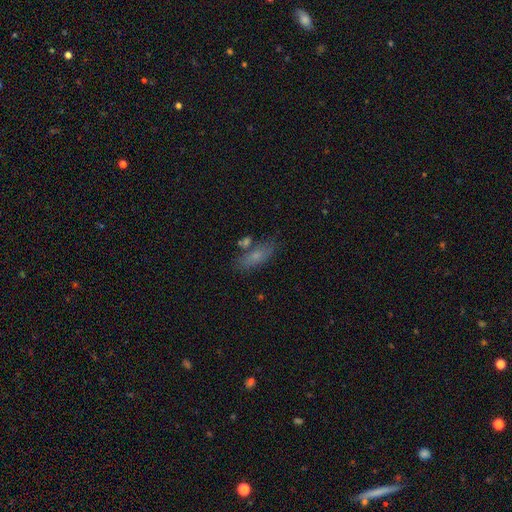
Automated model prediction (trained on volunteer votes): This appears to be a smooth galaxy with no disk features (70%) that is in between round and cigar-shaped (66%). Merging: none (69%).